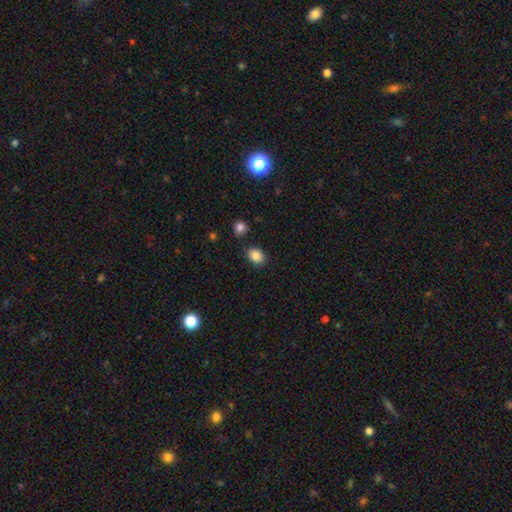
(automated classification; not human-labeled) smooth-or-featured: smooth: 86% | star or artifact: 9% | featured or disk: 5%
  how-rounded: in between: 67% | round: 32% | cigar-shaped: 1%
  merging: none: 82% | minor disturbance: 12% | merger: 4% | major disturbance: 3%